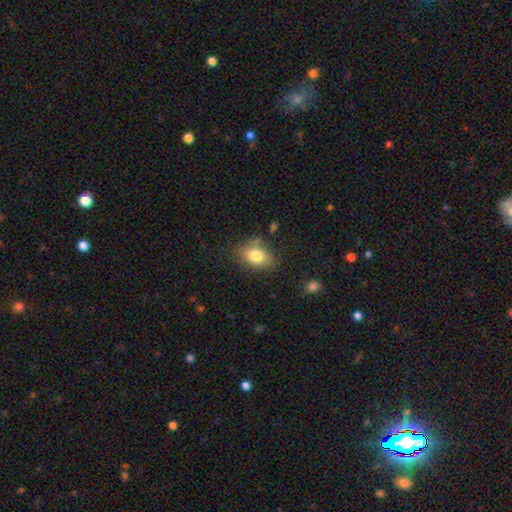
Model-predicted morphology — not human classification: A smooth galaxy with no disk features (80%) that is in between round and cigar-shaped (77%). Merging: none (73%).